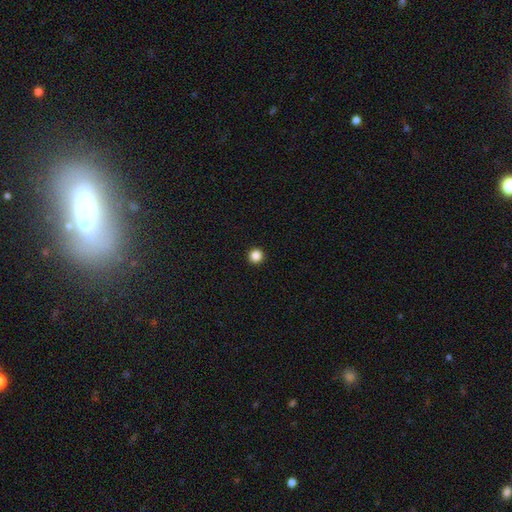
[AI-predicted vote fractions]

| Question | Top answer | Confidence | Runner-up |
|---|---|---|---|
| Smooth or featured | smooth | 86% | star or artifact (11%) |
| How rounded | round | 96% | in between (3%) |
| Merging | none | 94% | minor disturbance (4%) |